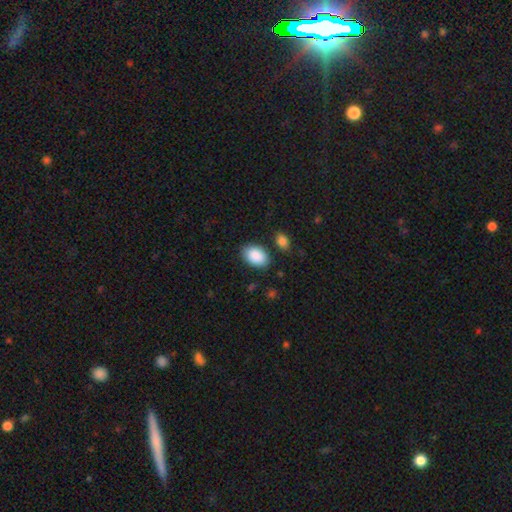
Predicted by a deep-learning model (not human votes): A smooth galaxy with no disk features (90%) that is in between round and cigar-shaped (88%).

Vote fractions:
- Smooth or featured? smooth: 90% / star or artifact: 6% / featured or disk: 4%
- How rounded? in between: 88% / round: 11% / cigar-shaped: 1%
- Merging? none: 81% / minor disturbance: 12% / merger: 4% / major disturbance: 3%